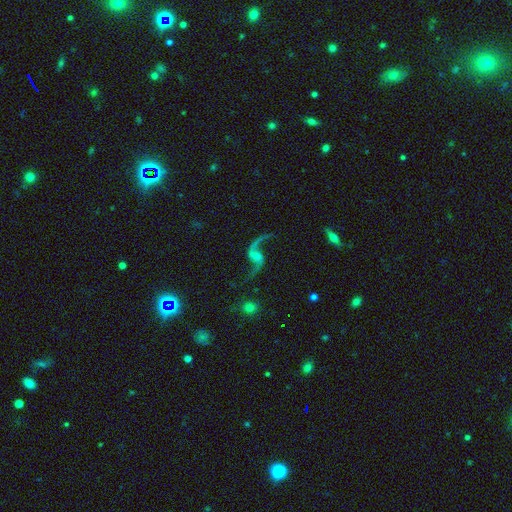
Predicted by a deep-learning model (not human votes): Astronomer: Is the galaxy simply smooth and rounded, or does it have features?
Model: featured or disk — 90%.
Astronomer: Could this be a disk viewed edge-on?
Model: no — 97%.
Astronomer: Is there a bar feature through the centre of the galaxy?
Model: no — 49% (runner-up: weak, 37%).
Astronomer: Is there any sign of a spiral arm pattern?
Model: yes — 97%.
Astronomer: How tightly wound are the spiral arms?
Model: loose — 92%.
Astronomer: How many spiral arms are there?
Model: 2 — 93%.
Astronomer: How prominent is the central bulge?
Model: none — 50% (runner-up: small, 27%).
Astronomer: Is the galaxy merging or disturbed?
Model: none — 73%.